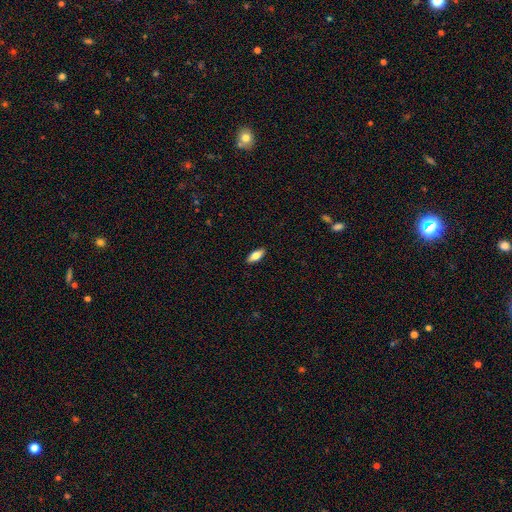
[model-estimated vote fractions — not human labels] smooth-or-featured: smooth: 75% | featured or disk: 19% | star or artifact: 6%
  how-rounded: in between: 79% | cigar-shaped: 18% | round: 2%
  merging: none: 90% | minor disturbance: 7% | major disturbance: 2% | merger: 1%